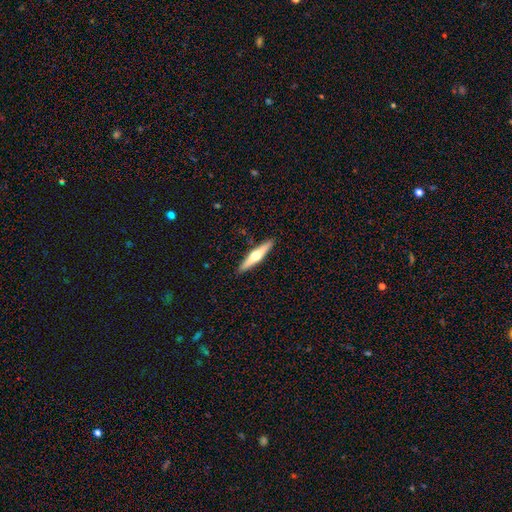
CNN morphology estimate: Smooth or featured: featured or disk — 59% (smooth — 36%)
Edge-on disk: yes — 96% (no — 4%)
Edge-on bulge: rounded — 94% (none — 3%)
Merging: none — 91% (minor disturbance — 6%)